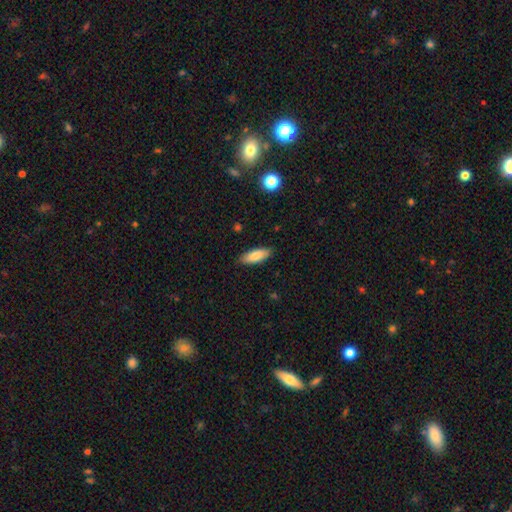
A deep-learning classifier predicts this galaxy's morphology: A smooth galaxy with no disk features (83%) that is in between round and cigar-shaped (73%). Merging: none (87%).